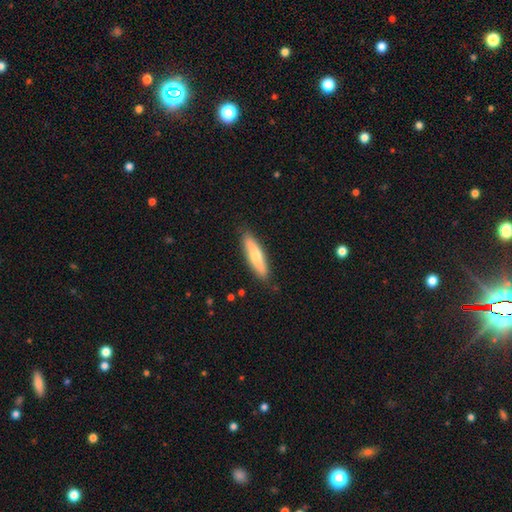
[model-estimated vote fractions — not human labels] smooth 69%, featured or disk 26%, star or artifact 5%. Down the decision tree: how rounded — cigar-shaped (74%); merging — none (85%).